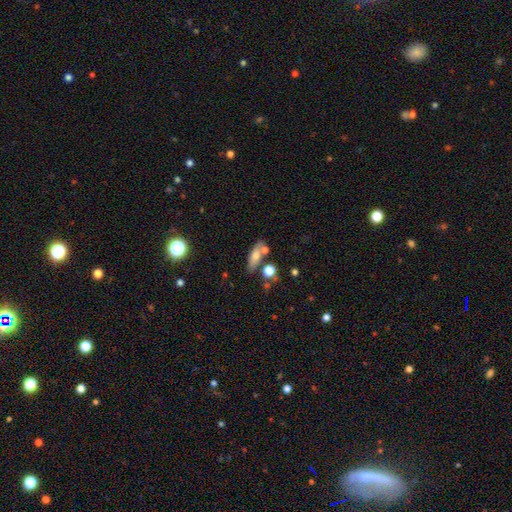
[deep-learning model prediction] The model was most divided on "how rounded": in between: 60%, cigar-shaped: 34%, round: 7%. More confident: smooth or featured — smooth (68%); merging — none (62%).